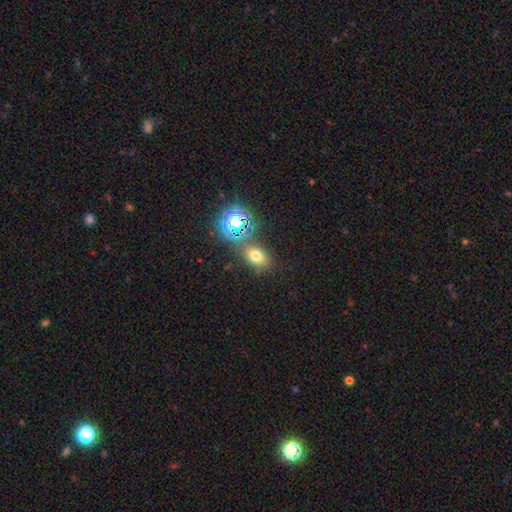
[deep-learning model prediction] smooth 65%, star or artifact 26%, featured or disk 9%. Down the decision tree: how rounded — in between (71%); merging — none (74%).